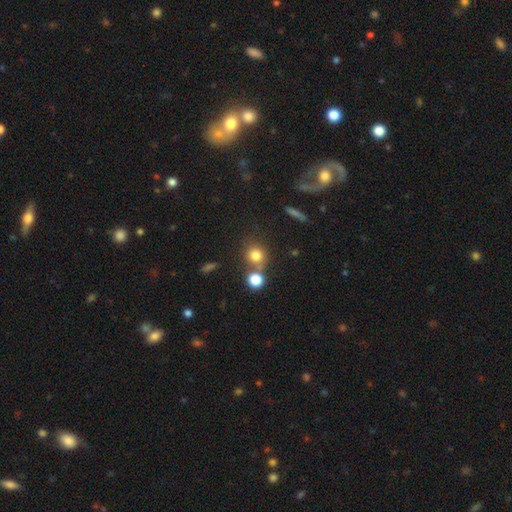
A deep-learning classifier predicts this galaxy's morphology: This is likely a smooth galaxy (78%). How rounded: clearly round (85%). Merging: possibly none (58%).